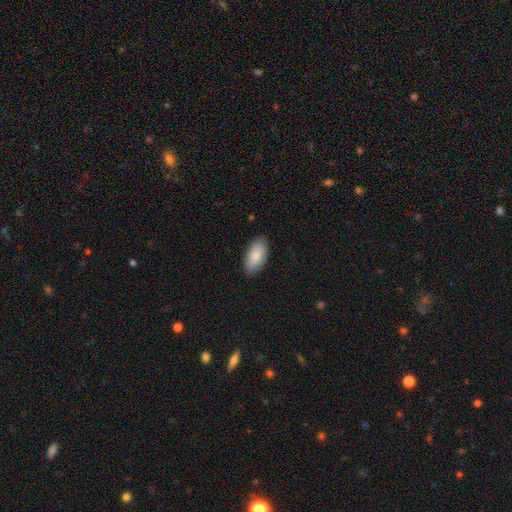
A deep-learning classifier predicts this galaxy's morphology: This is clearly a smooth galaxy (86%). How rounded: clearly in between (93%). Merging: clearly none (87%).